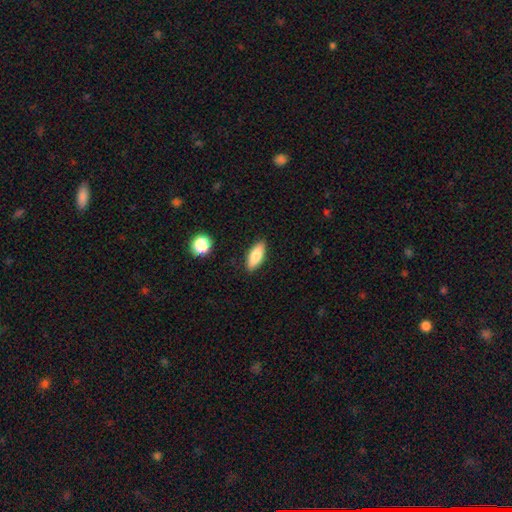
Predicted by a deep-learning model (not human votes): Smooth or featured? smooth (79%)
How rounded? in between (73%)
Merging? none (87%)